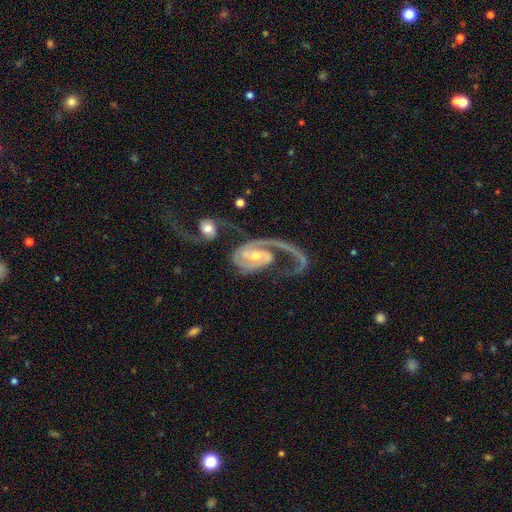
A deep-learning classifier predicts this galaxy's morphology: This appears to be a featured or disk galaxy (90%) with a weak bar (42%), 2 (48%) medium (41%) spiral arms (96%) and a moderate central bulge (52%). Merging: major disturbance (34%).